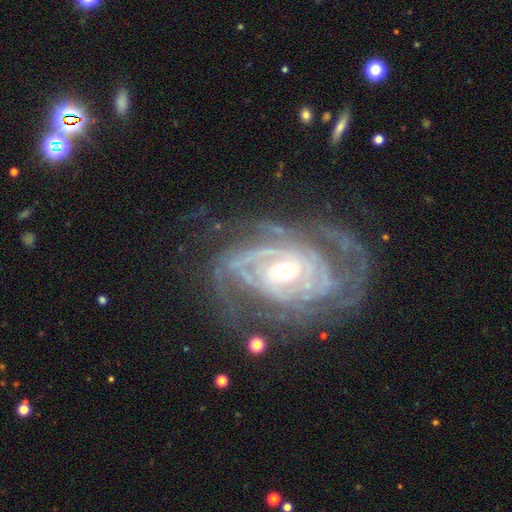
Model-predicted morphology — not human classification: type=featured or disk (91%); edge-on=no (96%); bar=no (50%); spiral arms=yes (96%); winding=tight (70%); arm count=can't tell (28%); bulge=moderate (55%); merging=none (64%).